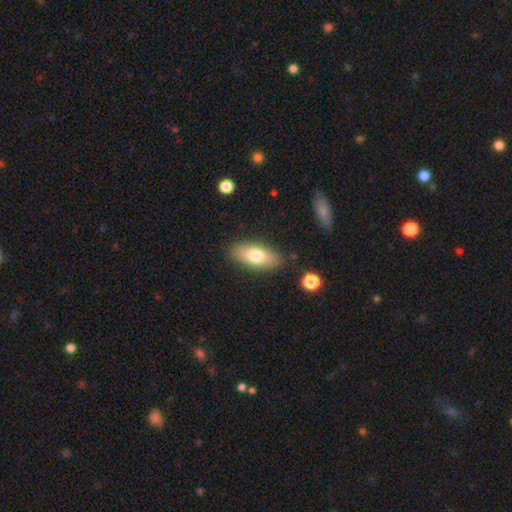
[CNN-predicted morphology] type=smooth (74%); roundness=in between (82%); merging=none (85%).